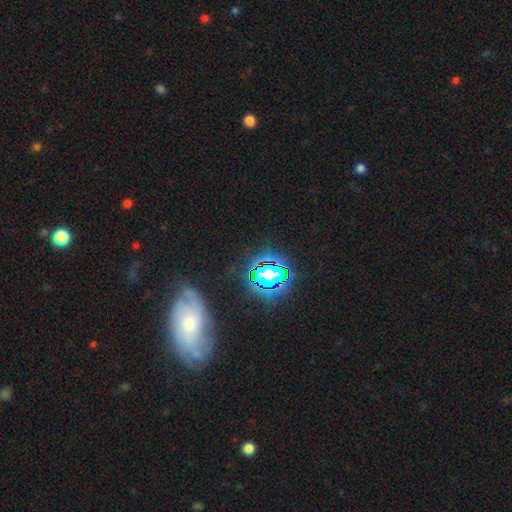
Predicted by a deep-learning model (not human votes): This appears to be a star or artifact, not a galaxy (61%).